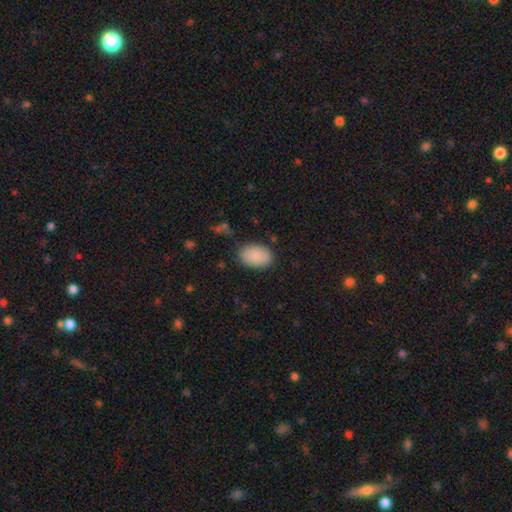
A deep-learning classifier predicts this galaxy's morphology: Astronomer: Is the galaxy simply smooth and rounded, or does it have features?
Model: smooth — 87%.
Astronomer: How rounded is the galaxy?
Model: in between — 88%.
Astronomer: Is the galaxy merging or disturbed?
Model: none — 83%.